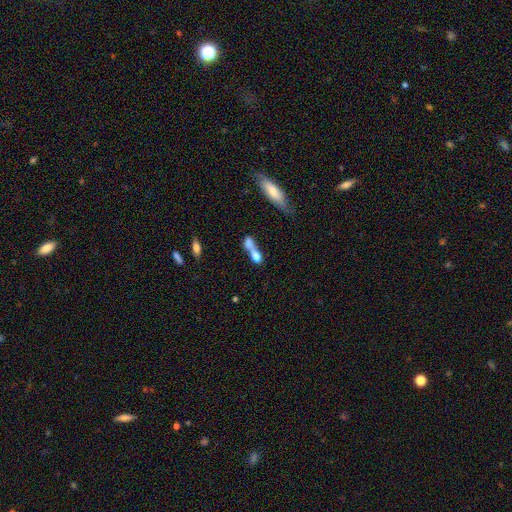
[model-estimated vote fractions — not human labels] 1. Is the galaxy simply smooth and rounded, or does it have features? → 70% smooth, 21% featured or disk, 9% star or artifact.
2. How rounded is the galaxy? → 53% in between, 26% cigar-shaped, 21% round.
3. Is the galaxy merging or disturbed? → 69% merger, 17% none, 7% minor disturbance, 7% major disturbance.